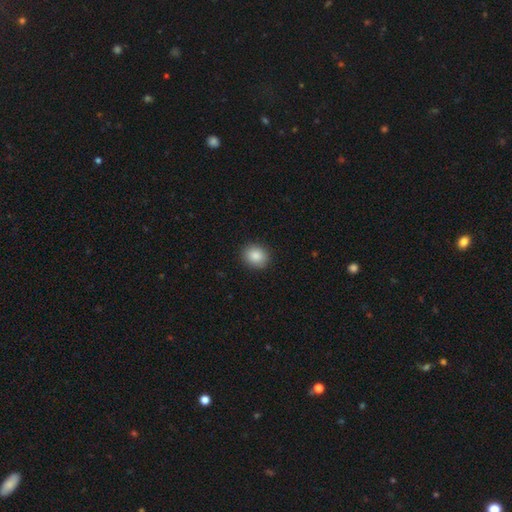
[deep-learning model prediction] This appears to be a smooth galaxy with no disk features (87%) that is round (67%). Merging: none (90%).